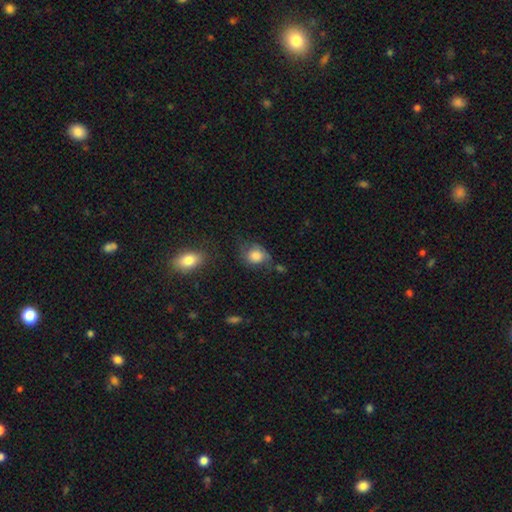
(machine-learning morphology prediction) smooth-or-featured: smooth: 76% | featured or disk: 15% | star or artifact: 9%
  how-rounded: round: 62% | in between: 36% | cigar-shaped: 1%
  merging: none: 47% | minor disturbance: 31% | major disturbance: 17% | merger: 5%